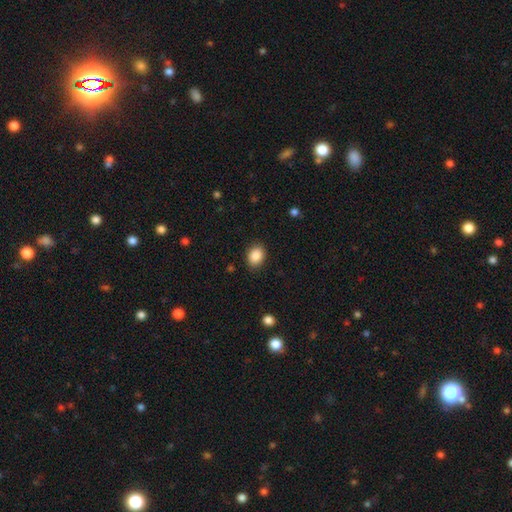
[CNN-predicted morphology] smooth-or-featured: smooth: 88% | star or artifact: 8% | featured or disk: 4%
  how-rounded: in between: 63% | round: 36% | cigar-shaped: 1%
  merging: none: 88% | minor disturbance: 9% | major disturbance: 2% | merger: 1%